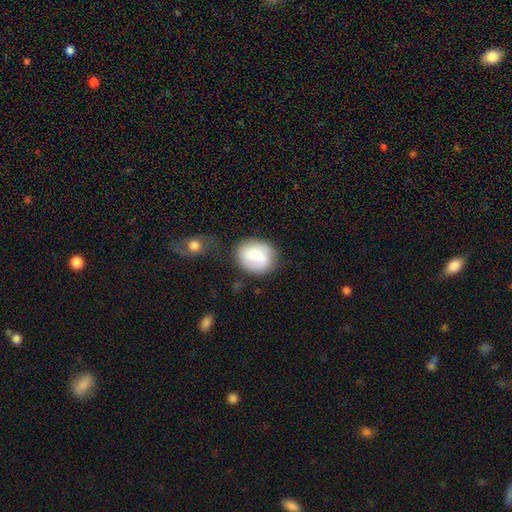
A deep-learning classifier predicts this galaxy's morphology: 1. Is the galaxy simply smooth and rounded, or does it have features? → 70% smooth, 23% featured or disk, 7% star or artifact.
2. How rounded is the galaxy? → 54% round, 45% in between, 1% cigar-shaped.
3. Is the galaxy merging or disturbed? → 66% none, 21% minor disturbance, 8% major disturbance, 6% merger.